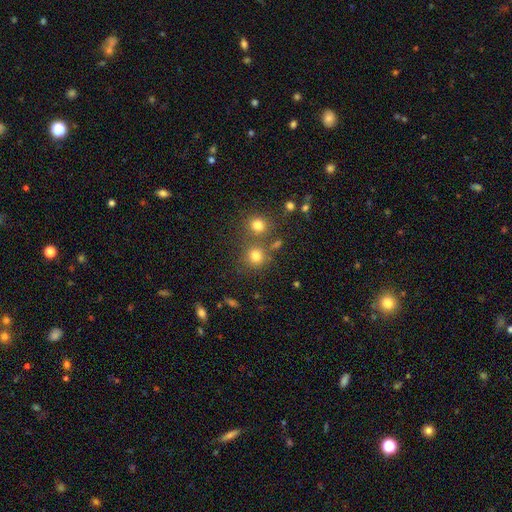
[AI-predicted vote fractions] Smooth or featured? smooth (78%)
How rounded? round (88%)
Merging? none (66%)